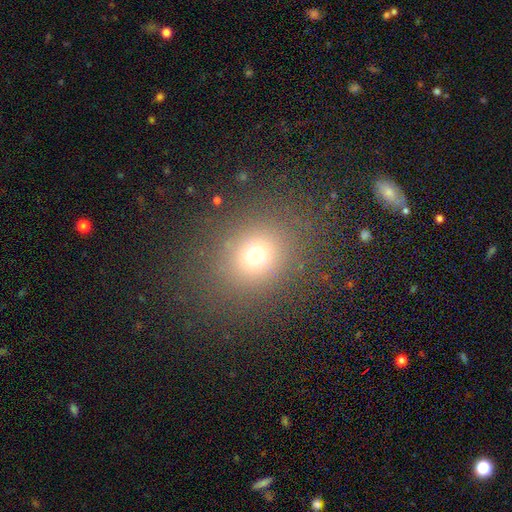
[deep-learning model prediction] Smooth or featured? Predicted: smooth (p=0.70). How rounded? Predicted: round (p=0.73). Merging? Predicted: none (p=0.84).